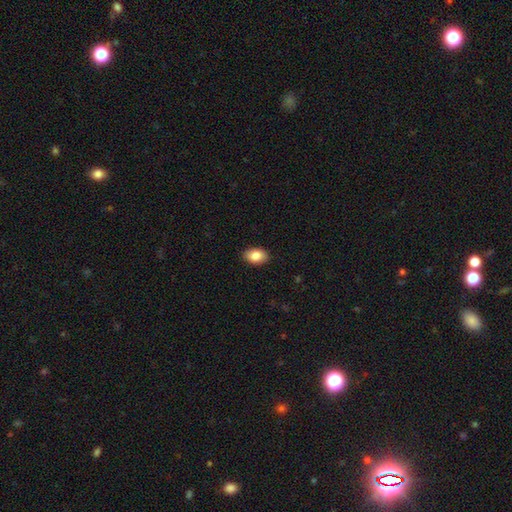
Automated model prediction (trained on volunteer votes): Smooth or featured?
  - smooth: 85% *
  - star or artifact: 7%
  - featured or disk: 7%
How rounded?
  - in between: 88% *
  - round: 11%
  - cigar-shaped: 1%
Merging?
  - none: 90% *
  - minor disturbance: 8%
  - major disturbance: 2%
  - merger: 1%